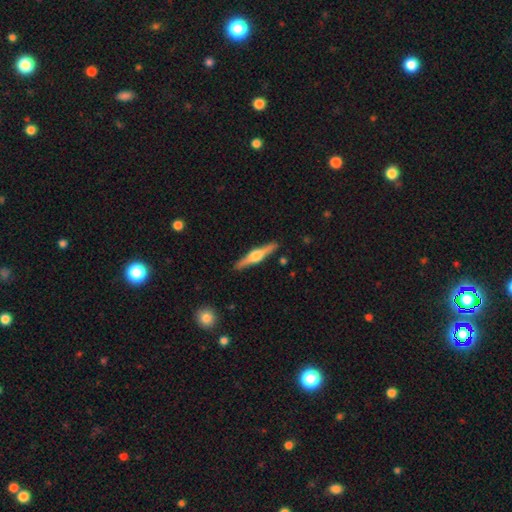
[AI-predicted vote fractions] Smooth or featured? Predicted: featured or disk (p=0.78). Edge-on disk? Predicted: yes (p=0.98). Edge-on bulge? Predicted: rounded (p=0.94). Merging? Predicted: none (p=0.91).